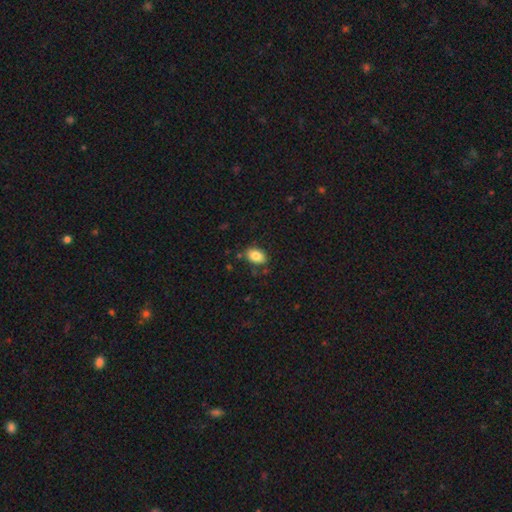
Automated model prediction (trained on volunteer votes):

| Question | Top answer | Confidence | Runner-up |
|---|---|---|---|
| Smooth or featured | smooth | 84% | star or artifact (8%) |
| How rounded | in between | 89% | round (10%) |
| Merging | none | 81% | minor disturbance (13%) |